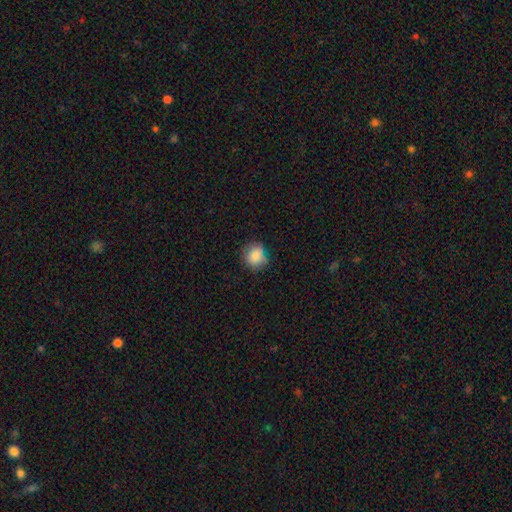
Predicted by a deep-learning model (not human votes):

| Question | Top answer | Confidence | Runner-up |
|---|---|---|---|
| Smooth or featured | smooth | 84% | star or artifact (9%) |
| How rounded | round | 79% | in between (20%) |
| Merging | none | 71% | minor disturbance (22%) |